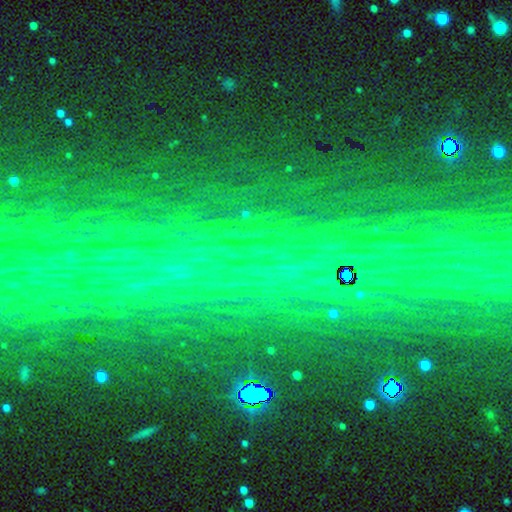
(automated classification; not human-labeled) Q: Smooth or featured?
A: star or artifact (83%); runner-up: featured or disk (9%)